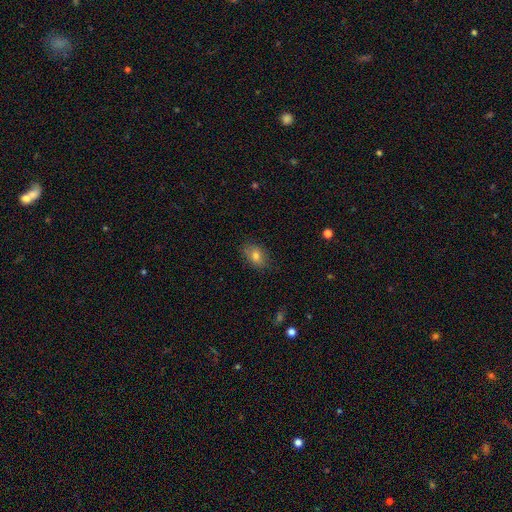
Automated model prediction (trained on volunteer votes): Overall: smooth (78%). How rounded: in between (81%). Merging: none (81%).